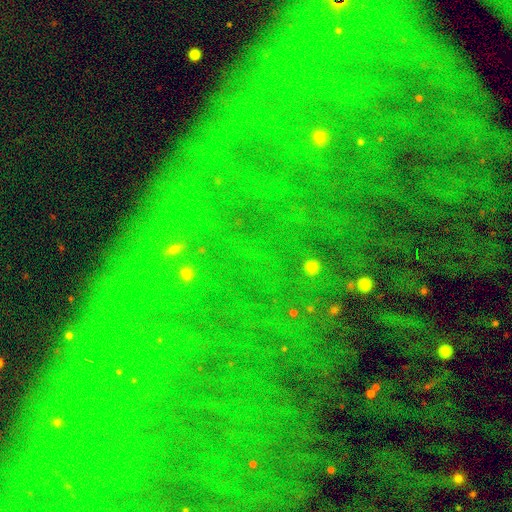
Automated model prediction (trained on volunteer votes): Smooth or featured? star or artifact (83%)